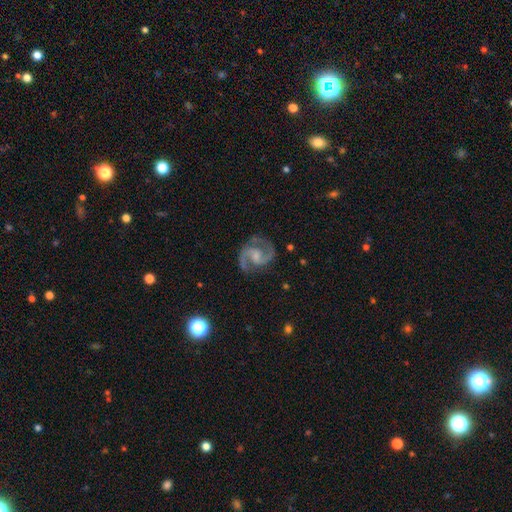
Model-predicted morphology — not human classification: smooth_or_featured: featured or disk (p=0.92) [alt: smooth p=0.04]
disk_edge_on: no (p=0.98) [alt: yes p=0.02]
bar: weak (p=0.52) [alt: no p=0.35]
has_spiral_arms: yes (p=0.98) [alt: no p=0.02]
spiral_winding: medium (p=0.66) [alt: tight p=0.17]
spiral_arm_count: 2 (p=0.94) [alt: can't tell p=0.02]
bulge_size: small (p=0.37) [alt: moderate p=0.34]
merging: none (p=0.79) [alt: minor disturbance p=0.14]